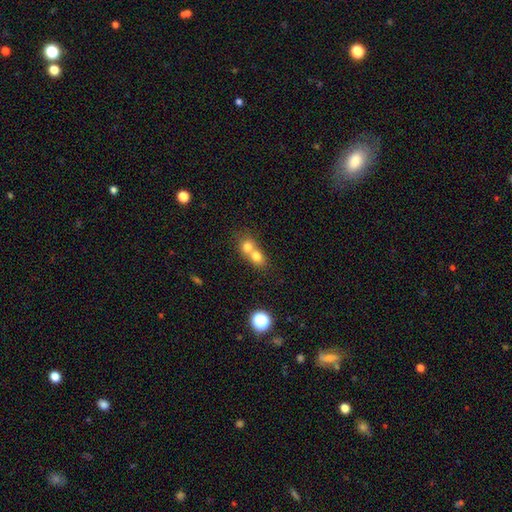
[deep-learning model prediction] smooth_or_featured: smooth (p=0.73) [alt: featured or disk p=0.15]
how_rounded: round (p=0.64) [alt: in between p=0.35]
merging: merger (p=0.70) [alt: none p=0.24]